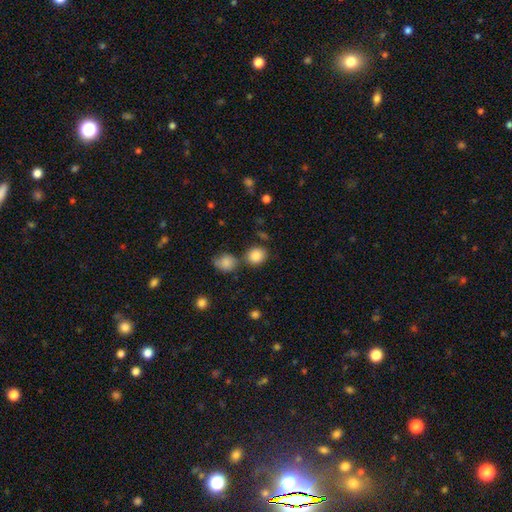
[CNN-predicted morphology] Smooth or featured?
  - smooth: 86% *
  - star or artifact: 9%
  - featured or disk: 5%
How rounded?
  - round: 77% *
  - in between: 22%
  - cigar-shaped: 1%
Merging?
  - none: 70% *
  - merger: 16%
  - minor disturbance: 11%
  - major disturbance: 4%